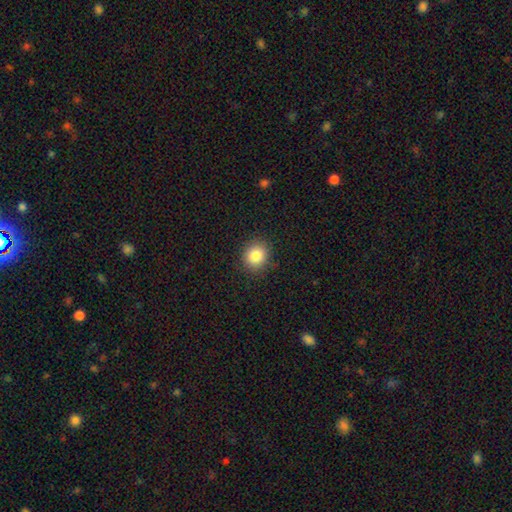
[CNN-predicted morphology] A smooth galaxy with no disk features (83%) that is round (78%). Merging: none (88%).